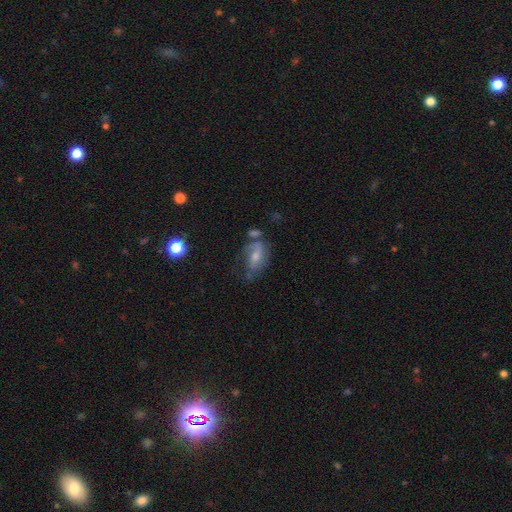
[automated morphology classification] featured or disk 60%, smooth 27%, star or artifact 12%. Down the decision tree: edge-on disk — no (92%); bar — no (51%); spiral arms — yes (72%); bulge size — moderate (51%); merging — none (40%).